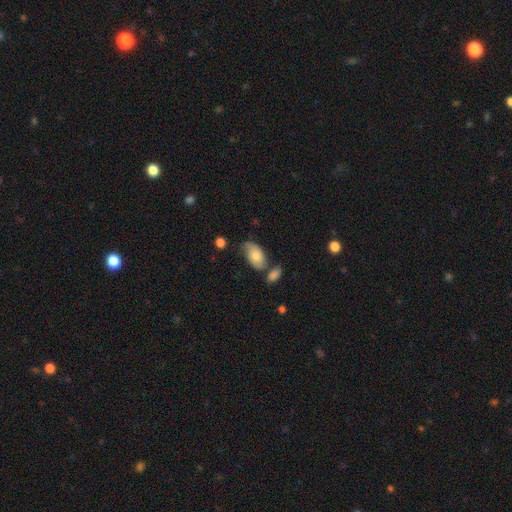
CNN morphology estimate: A smooth galaxy with no disk features (69%) that is in between round and cigar-shaped (92%). Merging: none (41%).